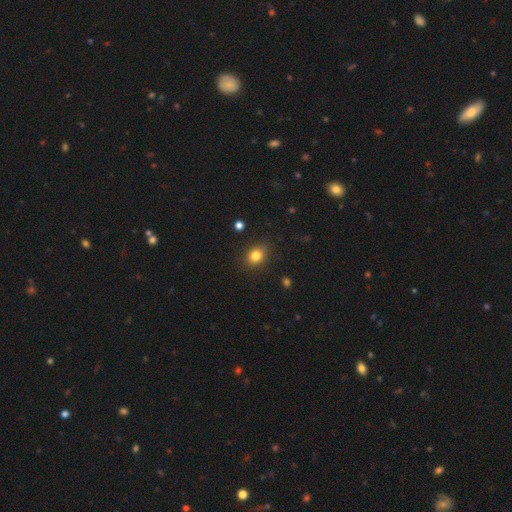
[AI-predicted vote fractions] Morphology: type=smooth (82%); roundness=in between (53%); merging=none (86%).